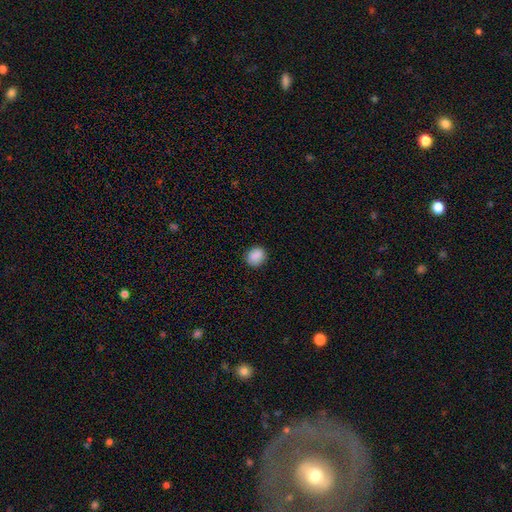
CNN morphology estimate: Smooth or featured? Predicted: smooth (p=0.87). How rounded? Predicted: round (p=0.66). Merging? Predicted: none (p=0.84).